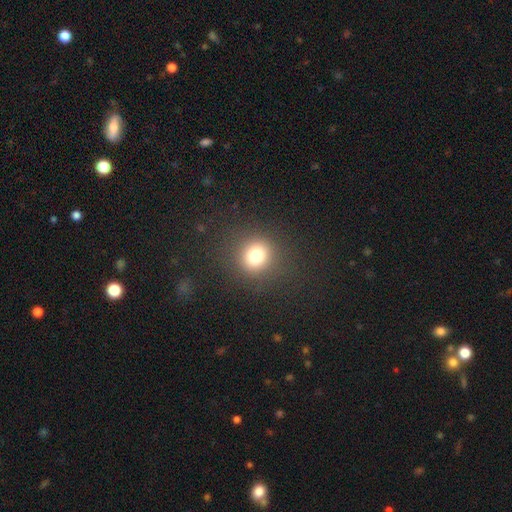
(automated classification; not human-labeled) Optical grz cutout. It shows a smooth galaxy with no disk features (77%) that is round (89%). Merging: none (88%).